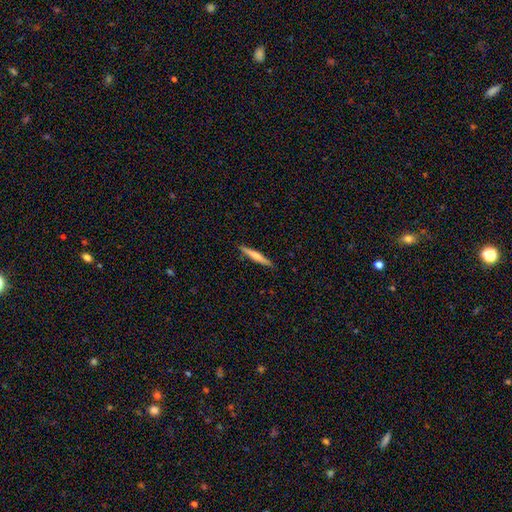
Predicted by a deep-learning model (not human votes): This appears to be a smooth galaxy with no disk features (57%) that is cigar-shaped (95%). Merging: none (90%).